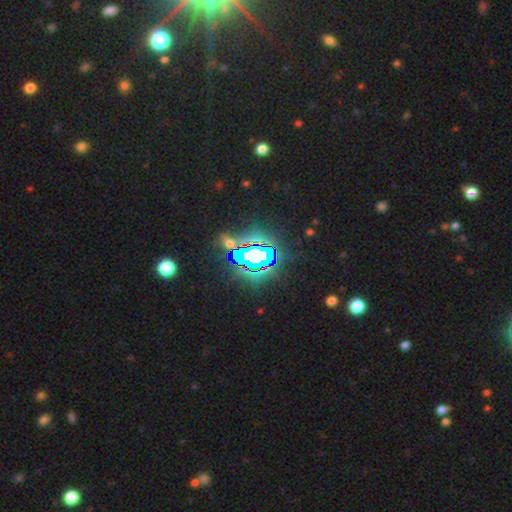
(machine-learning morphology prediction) star or artifact 77%, smooth 12%, featured or disk 11%.